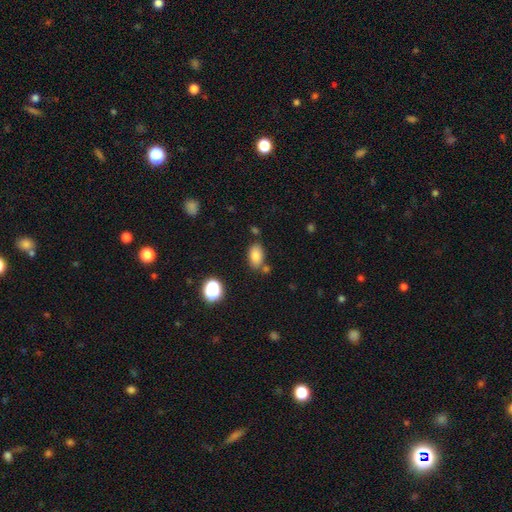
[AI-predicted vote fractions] The model was most divided on "merging": none: 74%, minor disturbance: 13%, merger: 10%, major disturbance: 3%. More confident: how rounded — in between (89%); smooth or featured — smooth (82%).